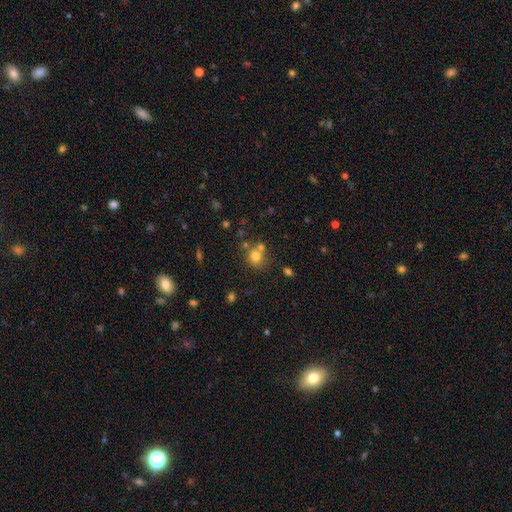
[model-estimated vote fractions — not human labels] smooth 74%, star or artifact 15%, featured or disk 11%. Down the decision tree: how rounded — round (79%); merging — none (55%).